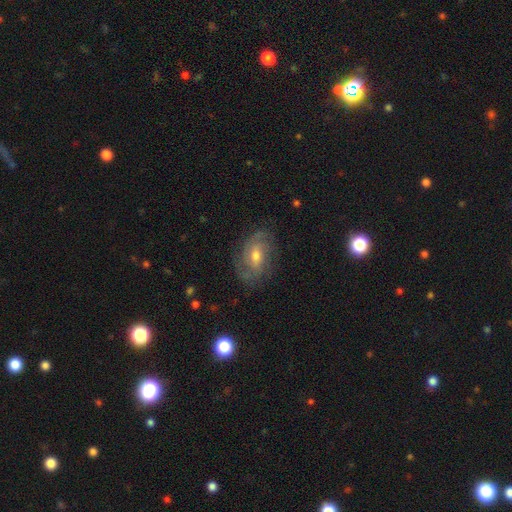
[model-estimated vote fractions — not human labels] This is likely a featured or disk galaxy (71%). It is clearly not viewed edge-on (95%). Bar: possibly no (54%). Spiral arm pattern: clearly yes (88%). Spiral arm count: marginally 2 (37%). Spiral winding: possibly tight (46%). Central bulge: possibly moderate (60%). Merging: likely none (75%).